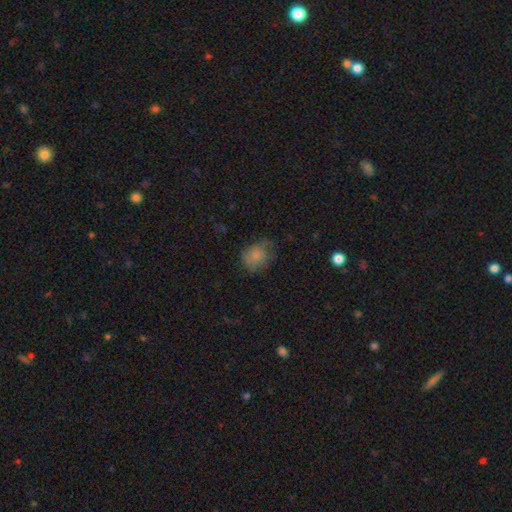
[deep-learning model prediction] This is clearly a smooth galaxy (82%). How rounded: likely round (65%). Merging: possibly none (58%).